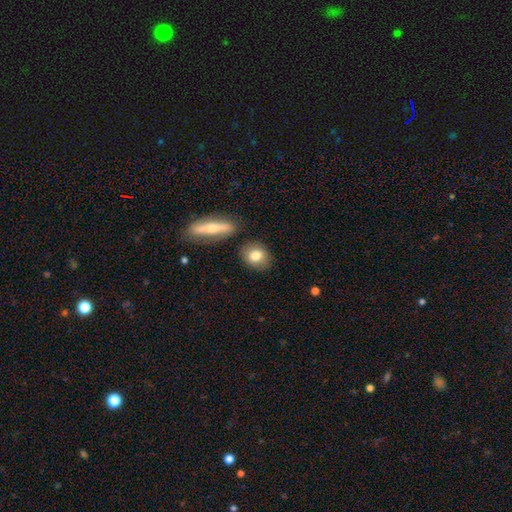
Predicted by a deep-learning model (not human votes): A smooth galaxy with no disk features (79%) that is round (60%).

Vote fractions:
- Smooth or featured? smooth: 79% / featured or disk: 13% / star or artifact: 7%
- How rounded? round: 60% / in between: 37% / cigar-shaped: 3%
- Merging? none: 81% / minor disturbance: 10% / merger: 6% / major disturbance: 3%